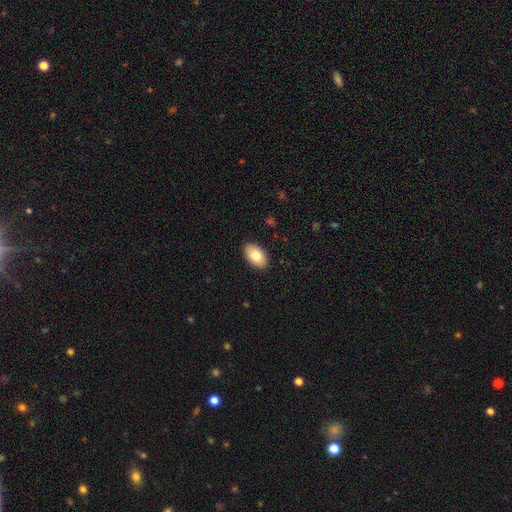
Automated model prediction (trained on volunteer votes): Morphology: type=smooth (79%); roundness=in between (92%); merging=none (90%).